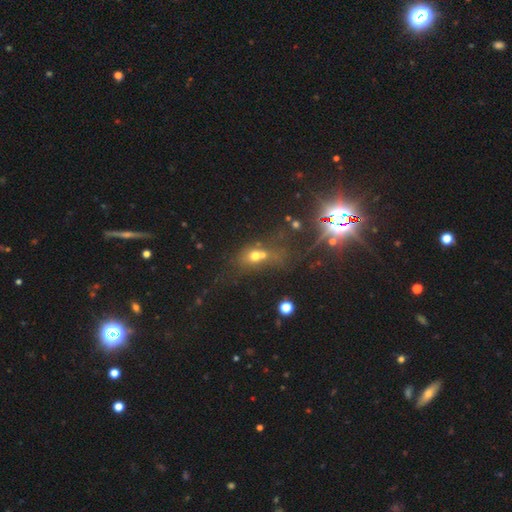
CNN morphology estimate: Smooth or featured?
  - smooth: 56% *
  - star or artifact: 24%
  - featured or disk: 20%
How rounded?
  - round: 51% *
  - in between: 45%
  - cigar-shaped: 4%
Merging?
  - merger: 47% *
  - none: 29%
  - major disturbance: 13%
  - minor disturbance: 11%